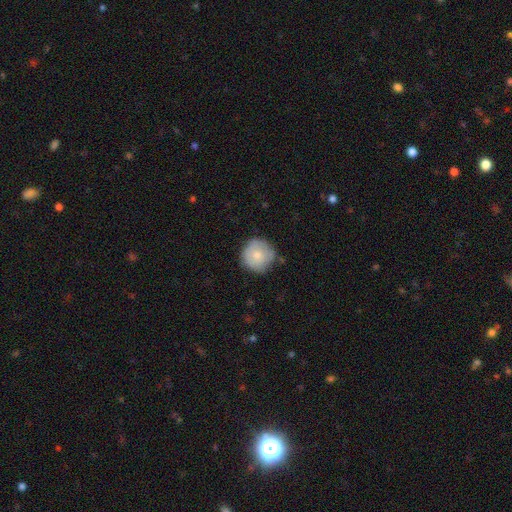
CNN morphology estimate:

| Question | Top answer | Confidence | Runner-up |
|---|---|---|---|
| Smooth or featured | smooth | 72% | featured or disk (21%) |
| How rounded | round | 95% | in between (4%) |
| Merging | none | 75% | minor disturbance (19%) |